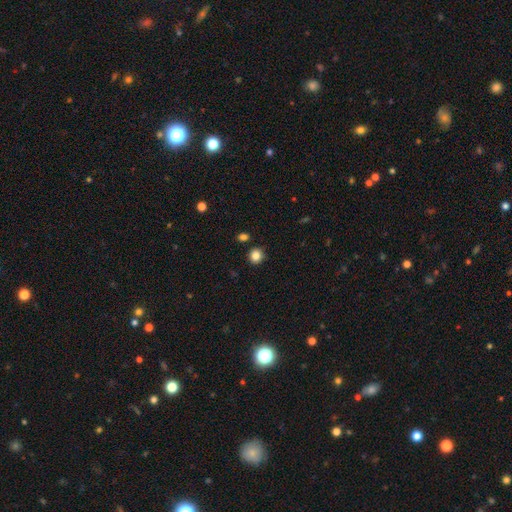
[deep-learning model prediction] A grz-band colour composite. It shows a smooth galaxy with no disk features (84%) that is round (88%). Merging: none (89%).